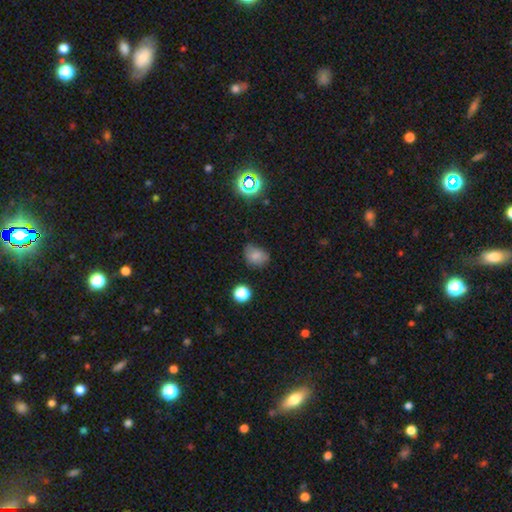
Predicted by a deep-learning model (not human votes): Smooth or featured: smooth — 75% (star or artifact — 15%)
How rounded: in between — 62% (round — 37%)
Merging: none — 58% (minor disturbance — 31%)